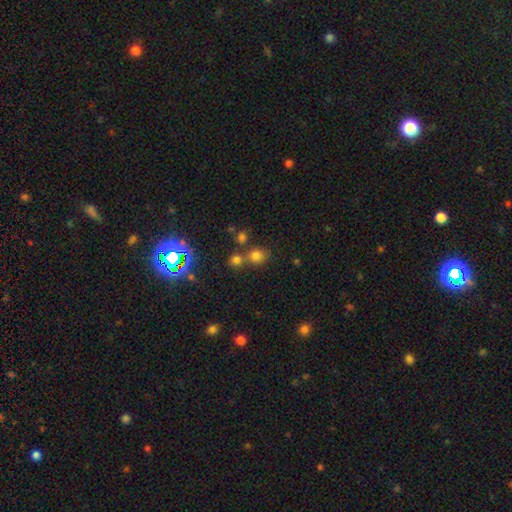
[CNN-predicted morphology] This appears to be a smooth galaxy with no disk features (71%) that is round (72%). Merging: none (55%).